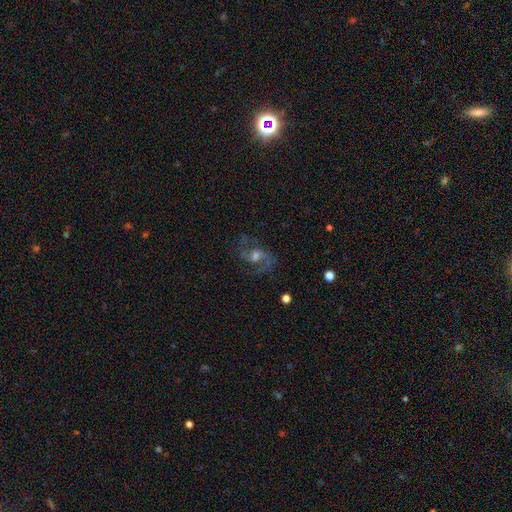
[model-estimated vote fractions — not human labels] The model was most divided on "bar": weak: 47%, no: 41%, strong: 12%. More confident: edge-on disk — no (97%); spiral arms — yes (96%); spiral arm count — 2 (85%); smooth or featured — featured or disk (81%); merging — none (75%); bulge size — moderate (57%); spiral winding — medium (54%).